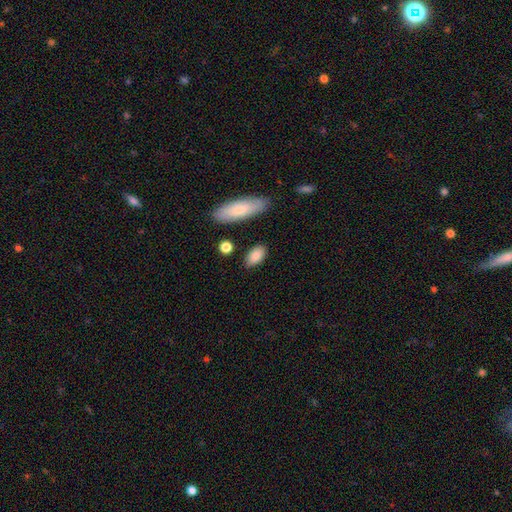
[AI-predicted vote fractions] A smooth galaxy with no disk features (87%) that is in between round and cigar-shaped (89%). Merging: none (83%).